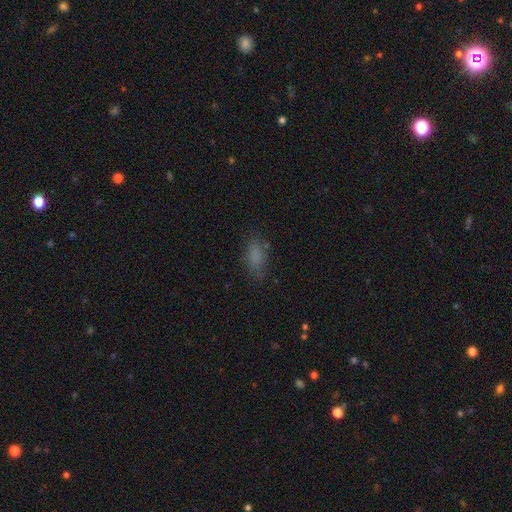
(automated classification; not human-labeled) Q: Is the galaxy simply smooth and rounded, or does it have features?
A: smooth — 79%.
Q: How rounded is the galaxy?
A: in between — 83%.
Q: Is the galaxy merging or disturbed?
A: none — 73%.